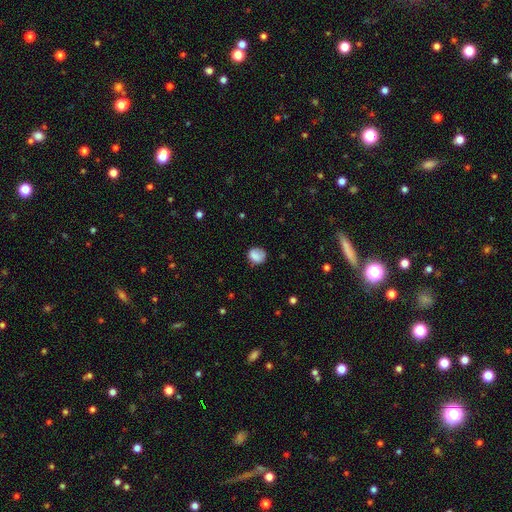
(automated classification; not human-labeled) Smooth or featured: smooth — 83% (star or artifact — 9%)
How rounded: round — 75% (in between — 24%)
Merging: none — 70% (minor disturbance — 21%)